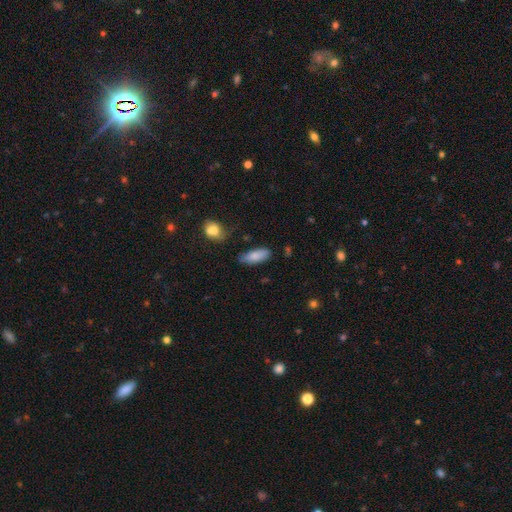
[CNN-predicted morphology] A smooth galaxy with no disk features (84%) that is in between round and cigar-shaped (77%).

Vote fractions:
- Smooth or featured? smooth: 84% / featured or disk: 9% / star or artifact: 7%
- How rounded? in between: 77% / cigar-shaped: 21% / round: 2%
- Merging? none: 72% / minor disturbance: 20% / major disturbance: 4% / merger: 4%